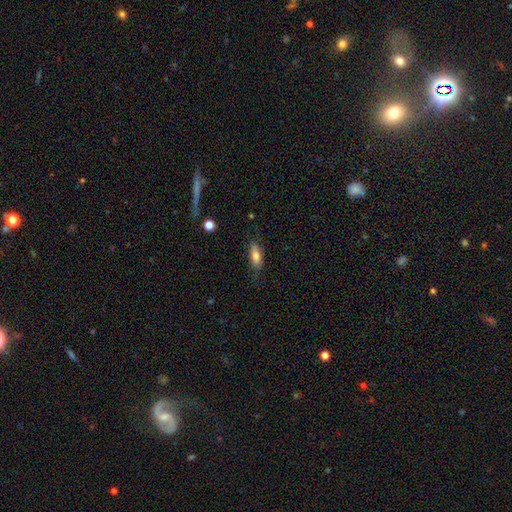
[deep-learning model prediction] A smooth galaxy with no disk features (79%) that is in between round and cigar-shaped (72%). Merging: none (72%).